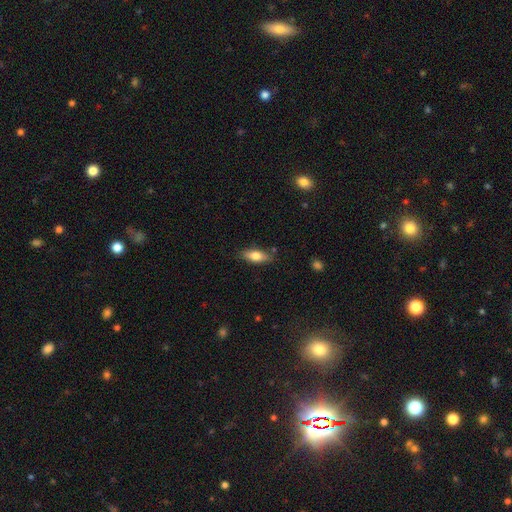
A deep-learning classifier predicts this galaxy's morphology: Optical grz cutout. It shows a smooth galaxy with no disk features (73%) that is in between round and cigar-shaped (73%). Merging: none (83%).